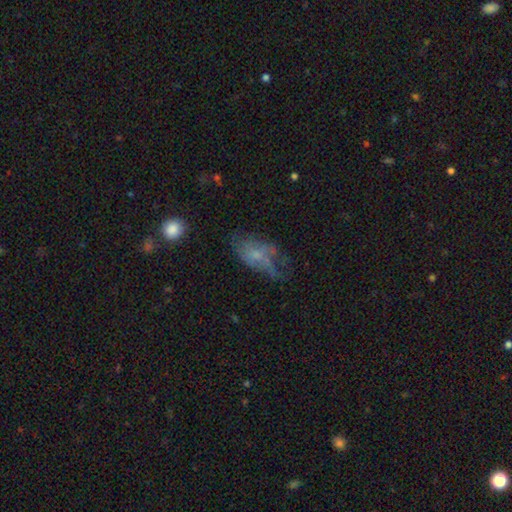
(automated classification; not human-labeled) A featured or disk galaxy (46%). Merging: none (35%).